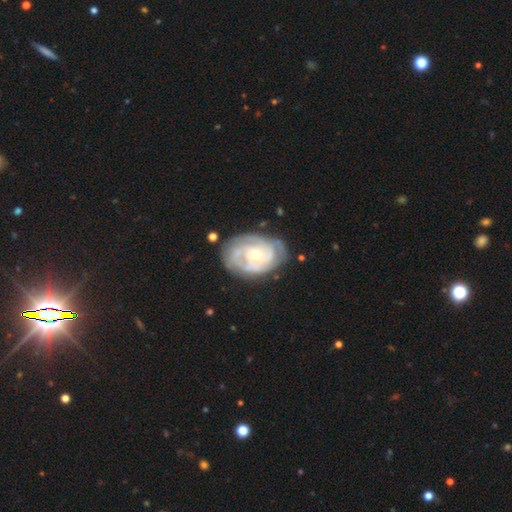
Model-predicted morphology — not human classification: The model was most divided on "bulge size": small: 53%, moderate: 43%, large: 2%, none: 1%, dominant: 1%. Remaining: edge-on disk — no (97%); spiral arms — yes (82%); smooth or featured — featured or disk (78%); bar — no (78%); spiral winding — tight (67%); merging — none (64%); spiral arm count — can't tell (45%).